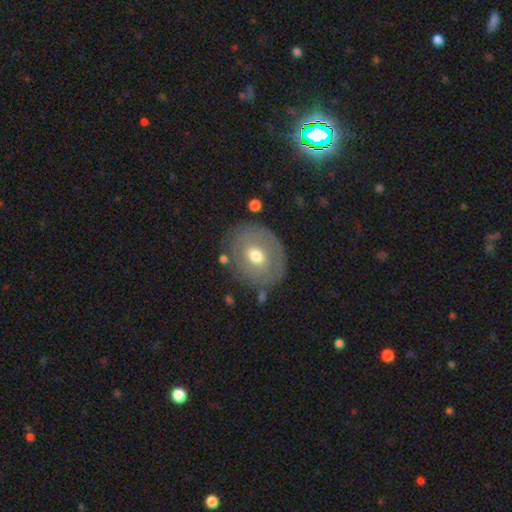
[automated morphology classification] Smooth or featured? smooth (51%)
How rounded? round (53%)
Merging? none (76%)